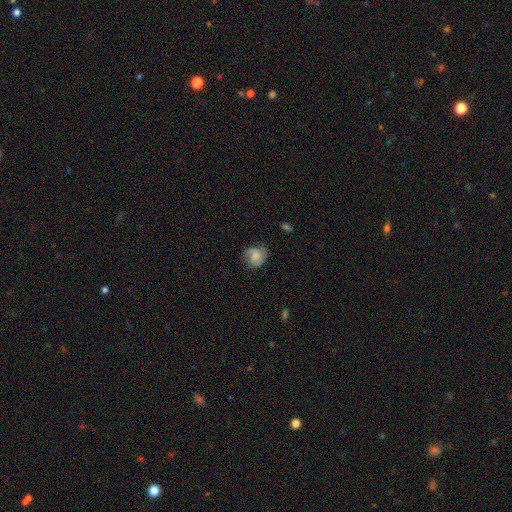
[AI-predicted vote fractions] smooth_or_featured: featured or disk (p=0.59) [alt: smooth p=0.33]
disk_edge_on: no (p=0.98) [alt: yes p=0.02]
bar: no (p=0.64) [alt: weak p=0.31]
has_spiral_arms: yes (p=0.92) [alt: no p=0.08]
spiral_winding: medium (p=0.45) [alt: tight p=0.37]
spiral_arm_count: 2 (p=0.68) [alt: can't tell p=0.12]
bulge_size: small (p=0.36) [alt: moderate p=0.30]
merging: none (p=0.67) [alt: minor disturbance p=0.22]